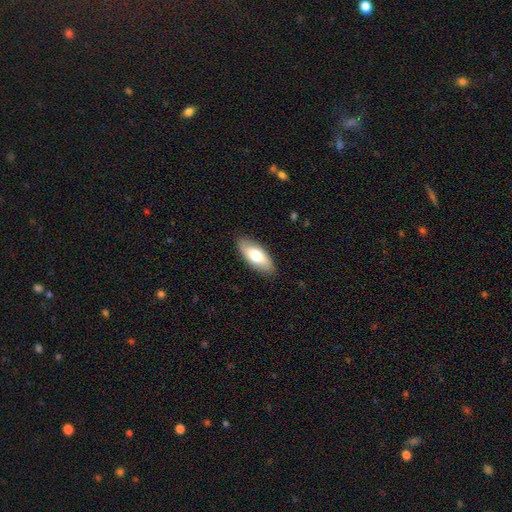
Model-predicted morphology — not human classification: Q: Smooth or featured?
A: smooth (69%); runner-up: featured or disk (26%)
Q: How rounded?
A: in between (85%); runner-up: cigar-shaped (13%)
Q: Merging?
A: none (87%); runner-up: minor disturbance (10%)